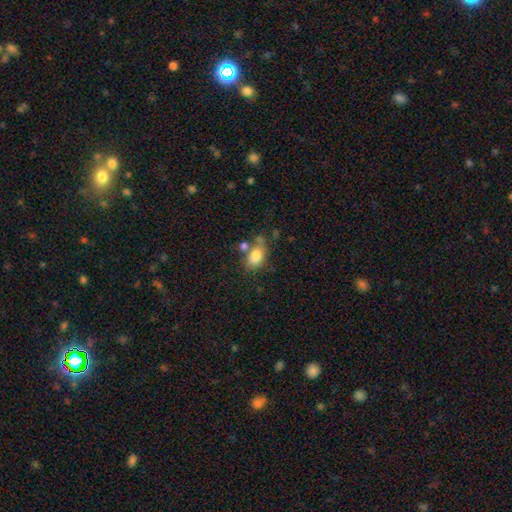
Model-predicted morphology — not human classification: Smooth or featured: smooth — 81% (featured or disk — 10%)
How rounded: in between — 83% (round — 15%)
Merging: none — 46% (merger — 26%)